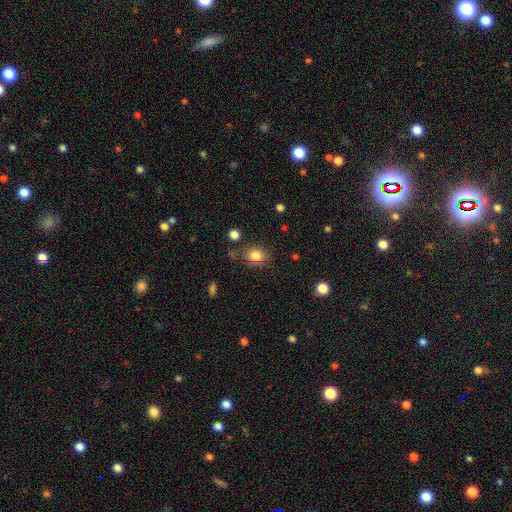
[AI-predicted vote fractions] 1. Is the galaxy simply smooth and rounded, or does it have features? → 82% smooth, 11% star or artifact, 7% featured or disk.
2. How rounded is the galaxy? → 55% round, 44% in between, 1% cigar-shaped.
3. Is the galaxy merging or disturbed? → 75% none, 15% minor disturbance, 5% major disturbance, 4% merger.